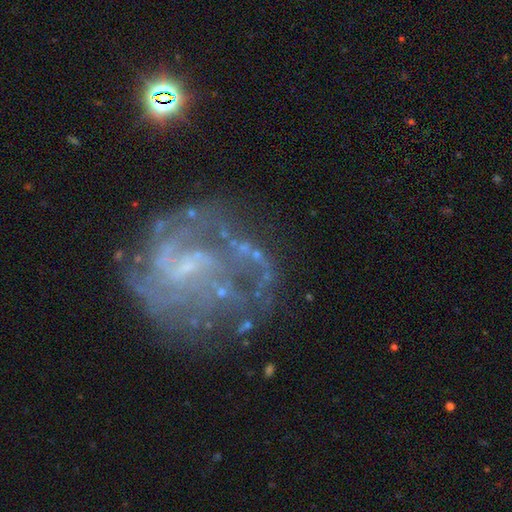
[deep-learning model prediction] Overall: featured or disk (75%). Edge-on disk: no (97%). Bar: no (45%; weak 39%). Spiral arms: yes (79%). Spiral arm count: can't tell (31%; 2 27%). Spiral winding: medium (42%; tight 34%). Bulge size: small (54%; none 31%). Merging: none (55%; major disturbance 22%).